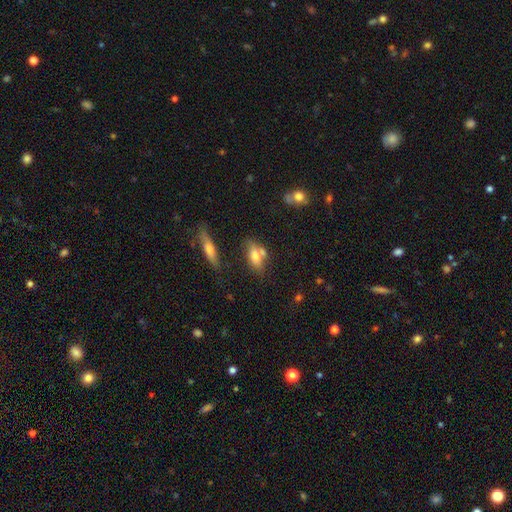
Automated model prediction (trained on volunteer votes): This appears to be a smooth galaxy with no disk features (72%) that is in between round and cigar-shaped (78%). Merging: none (51%).